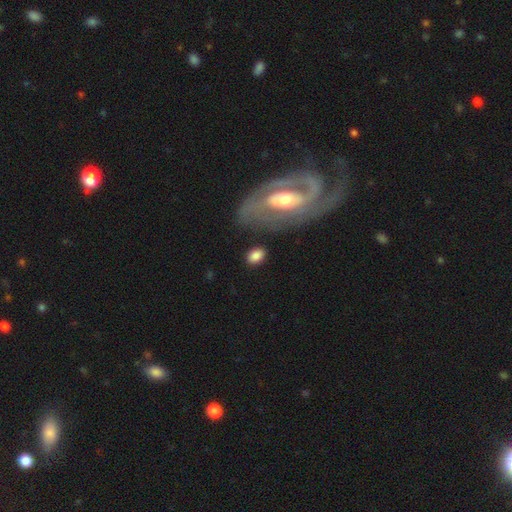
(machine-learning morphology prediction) Overall: smooth (81%). How rounded: in between (77%). Merging: none (77%).